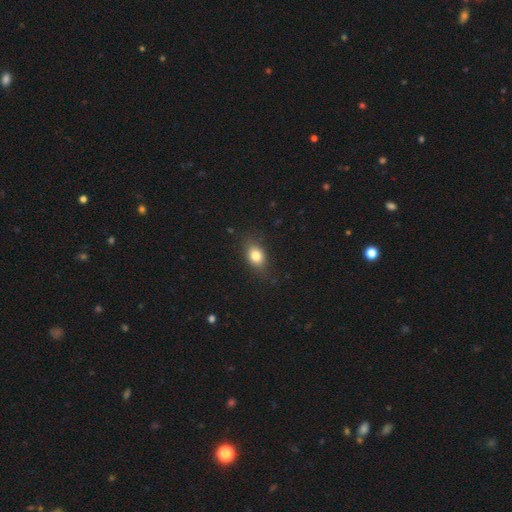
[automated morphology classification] This appears to be a smooth galaxy with no disk features (81%) that is in between round and cigar-shaped (72%). Merging: none (79%).